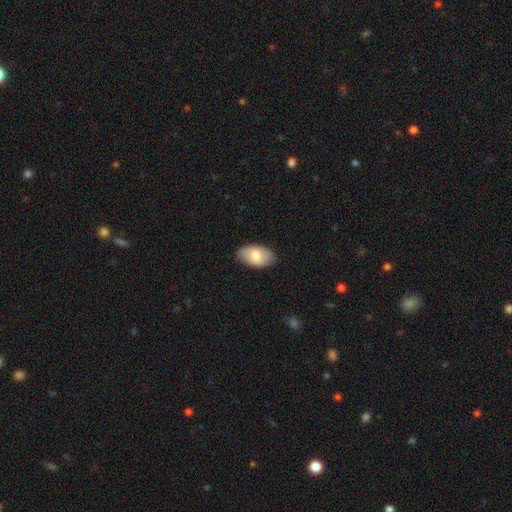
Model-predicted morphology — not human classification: This is likely a smooth galaxy (70%). How rounded: clearly in between (95%). Merging: clearly none (84%).